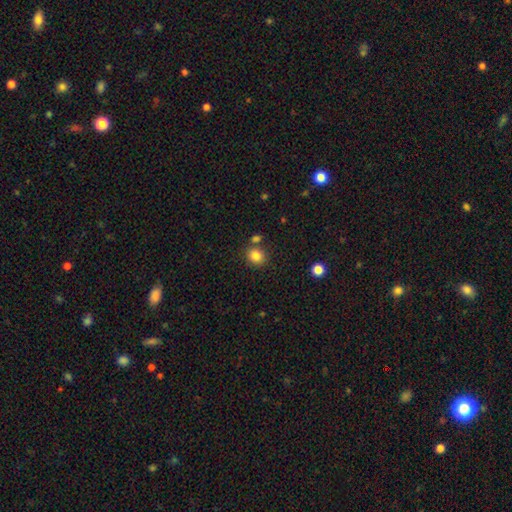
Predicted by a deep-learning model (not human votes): smooth_or_featured: smooth (p=0.84) [alt: star or artifact p=0.11]
how_rounded: round (p=0.78) [alt: in between p=0.21]
merging: none (p=0.78) [alt: merger p=0.11]